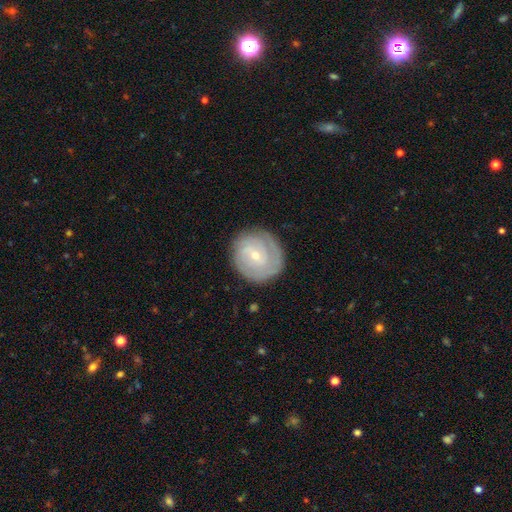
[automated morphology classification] Smooth or featured: featured or disk — 73% (smooth — 21%)
Edge-on disk: no — 98% (yes — 2%)
Bar: no — 48% (weak — 42%)
Spiral arms: yes — 89% (no — 11%)
Spiral winding: tight — 72% (medium — 22%)
Spiral arm count: can't tell — 37% (2 — 31%)
Bulge size: small — 72% (moderate — 24%)
Merging: none — 81% (minor disturbance — 14%)